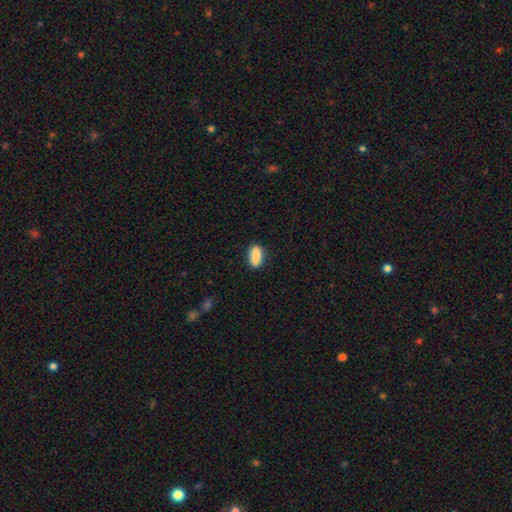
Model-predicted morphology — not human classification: Smooth or featured? smooth (87%)
How rounded? in between (71%)
Merging? none (87%)